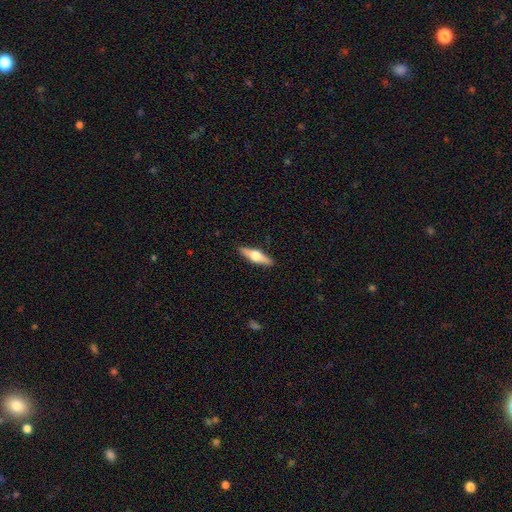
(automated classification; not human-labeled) Q: Smooth or featured?
A: featured or disk (59%); runner-up: smooth (36%)
Q: Edge-on disk?
A: yes (95%); runner-up: no (5%)
Q: Edge-on bulge?
A: rounded (95%); runner-up: boxy (3%)
Q: Merging?
A: none (90%); runner-up: minor disturbance (7%)